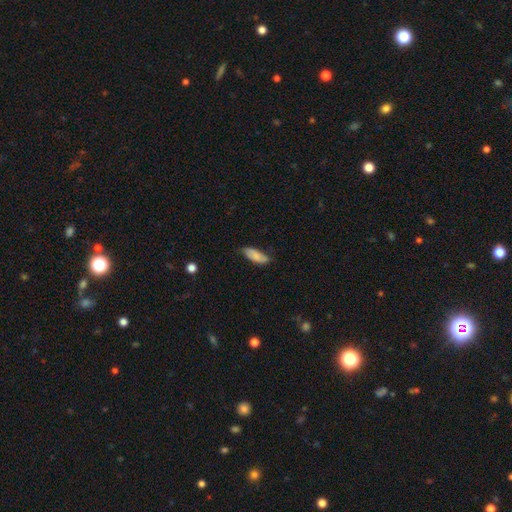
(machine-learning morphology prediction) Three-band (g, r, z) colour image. It shows a smooth galaxy with no disk features (79%) that is in between round and cigar-shaped (80%). Merging: none (64%).